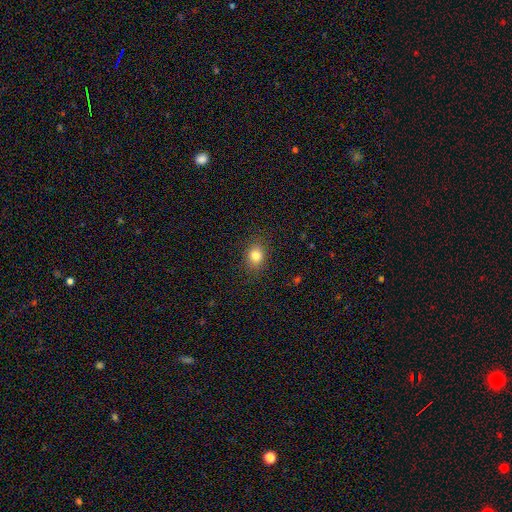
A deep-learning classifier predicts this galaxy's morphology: A smooth galaxy with no disk features (82%) that is round (55%). Merging: none (87%).